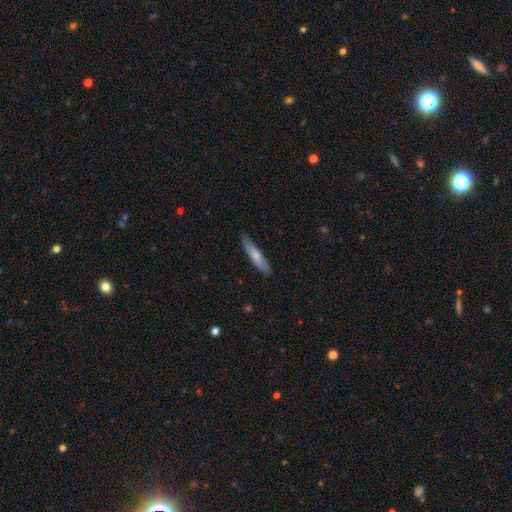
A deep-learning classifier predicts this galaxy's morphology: smooth_or_featured: smooth (p=0.60) [alt: featured or disk p=0.35]
how_rounded: cigar-shaped (p=0.87) [alt: in between p=0.12]
merging: none (p=0.85) [alt: minor disturbance p=0.12]